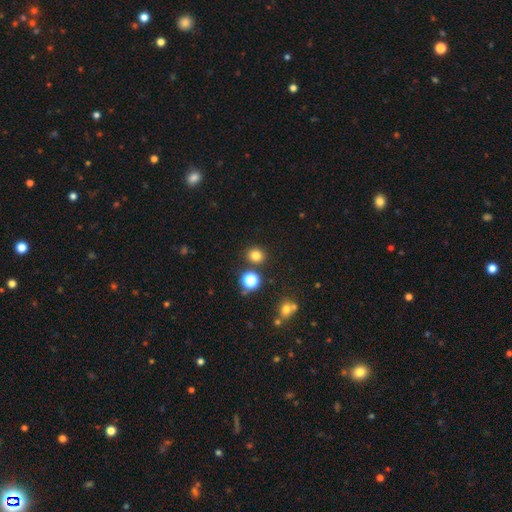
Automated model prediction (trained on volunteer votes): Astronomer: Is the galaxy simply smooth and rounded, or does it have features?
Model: smooth — 79%.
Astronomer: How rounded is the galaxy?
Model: round — 85%.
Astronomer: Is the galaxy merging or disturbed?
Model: none — 86%.